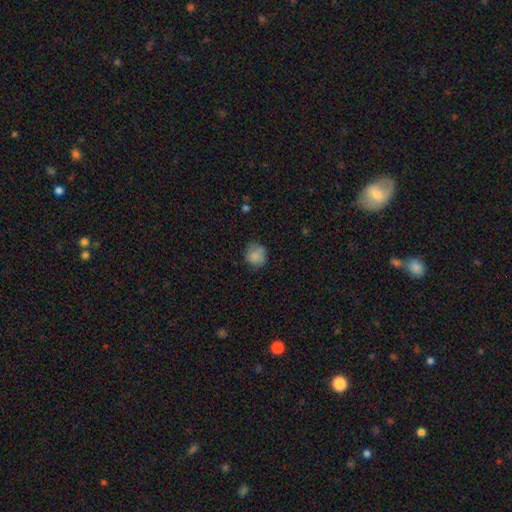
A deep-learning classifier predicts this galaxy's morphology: type=smooth (83%); roundness=round (81%); merging=none (71%).